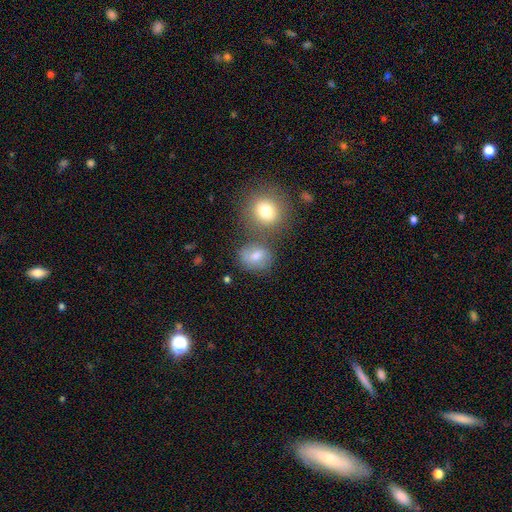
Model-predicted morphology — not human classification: A smooth galaxy with no disk features (67%) that is round (59%). Merging: none (58%).